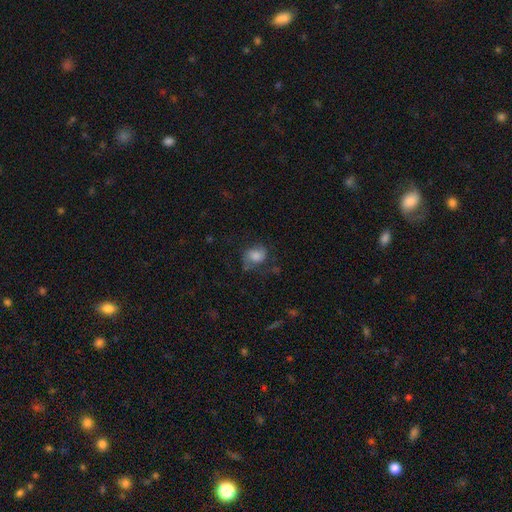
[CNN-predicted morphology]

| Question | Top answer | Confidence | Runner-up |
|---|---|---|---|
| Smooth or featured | smooth | 65% | featured or disk (24%) |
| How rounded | in between | 52% | round (47%) |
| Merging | none | 51% | minor disturbance (27%) |